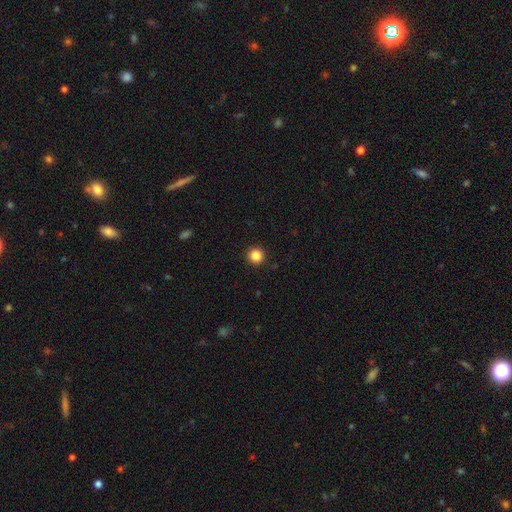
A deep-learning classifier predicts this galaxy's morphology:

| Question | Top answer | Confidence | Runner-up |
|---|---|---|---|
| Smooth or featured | smooth | 85% | star or artifact (11%) |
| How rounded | round | 96% | in between (3%) |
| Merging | none | 93% | minor disturbance (4%) |